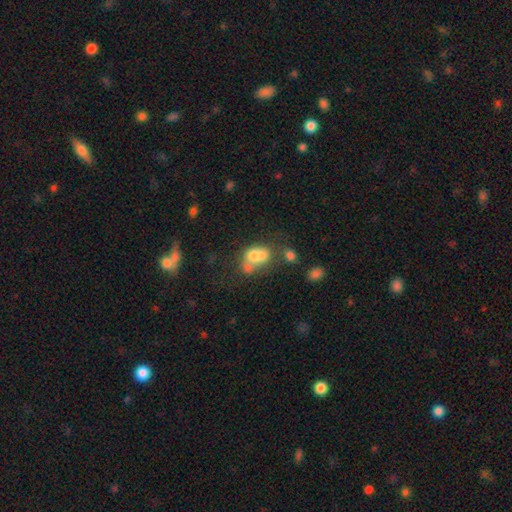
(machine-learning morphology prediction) Smooth or featured? smooth (63%)
How rounded? in between (69%)
Merging? merger (54%)